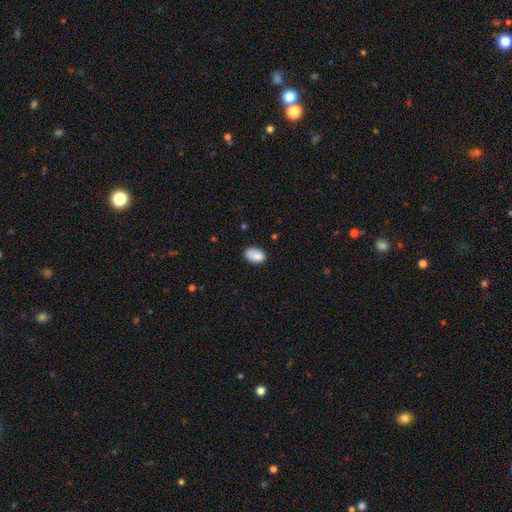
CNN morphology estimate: This is clearly a smooth galaxy (86%). How rounded: clearly in between (90%). Merging: likely none (73%).